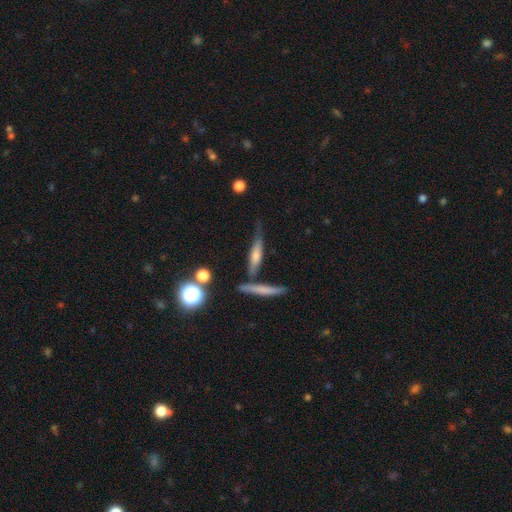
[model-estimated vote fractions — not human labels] smooth 46%, featured or disk 45%, star or artifact 9%. Down the decision tree: merging — none (58%).